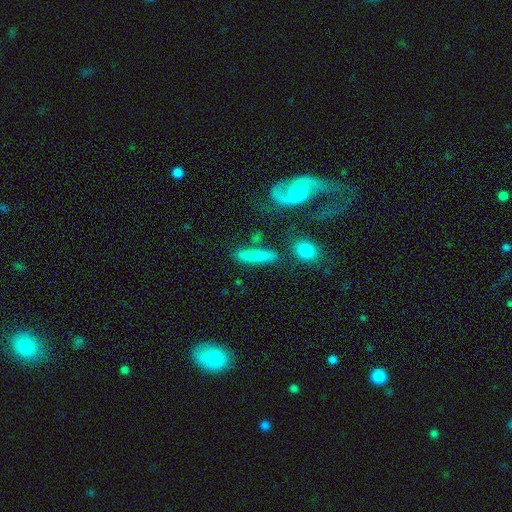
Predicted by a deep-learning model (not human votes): Morphology: type=smooth (69%); roundness=cigar-shaped (83%); merging=none (73%).